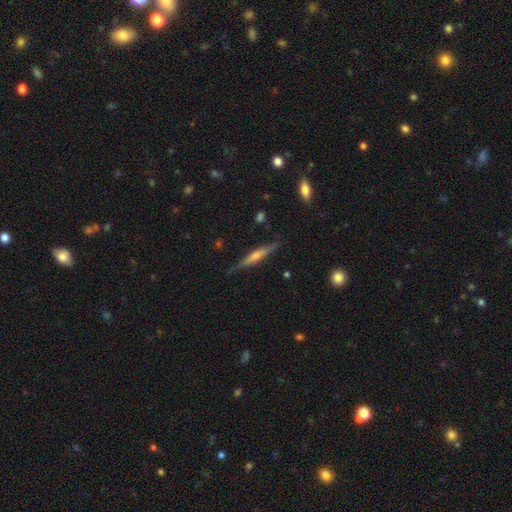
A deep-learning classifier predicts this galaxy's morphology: This appears to be a featured or disk galaxy (59%) viewed edge-on (96%) with a rounded central bulge (59%). Merging: none (82%).